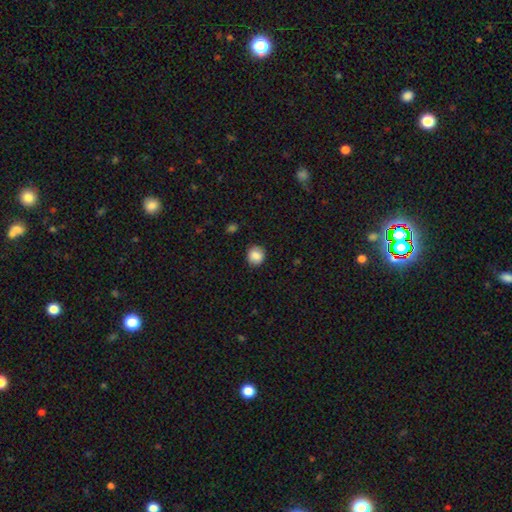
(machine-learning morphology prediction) This is clearly a smooth galaxy (87%). How rounded: clearly round (84%). Merging: clearly none (88%).